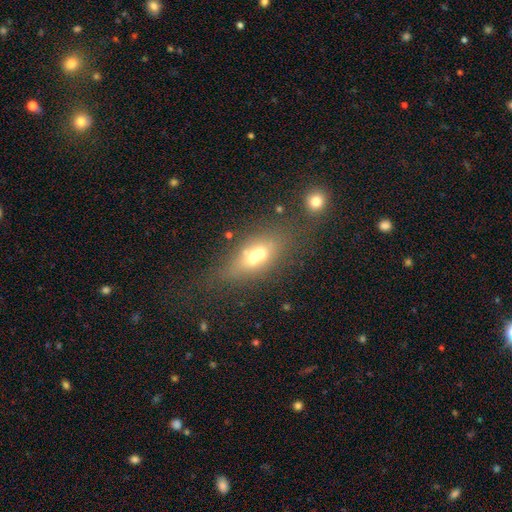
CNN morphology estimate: Smooth or featured: smooth — 49% (featured or disk — 36%)
Merging: merger — 43% (none — 37%)